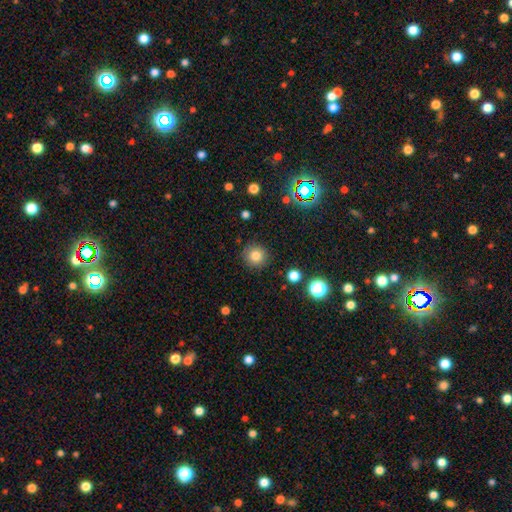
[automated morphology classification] Q: Smooth or featured?
A: smooth (80%); runner-up: star or artifact (13%)
Q: How rounded?
A: round (94%); runner-up: in between (5%)
Q: Merging?
A: none (89%); runner-up: minor disturbance (7%)